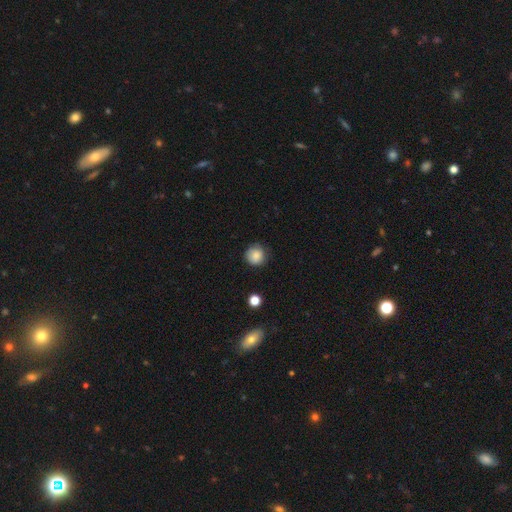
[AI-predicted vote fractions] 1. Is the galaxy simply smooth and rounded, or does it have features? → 84% smooth, 9% star or artifact, 7% featured or disk.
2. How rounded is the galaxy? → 92% round, 7% in between, 1% cigar-shaped.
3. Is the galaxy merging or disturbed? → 79% none, 17% minor disturbance, 3% major disturbance, 1% merger.